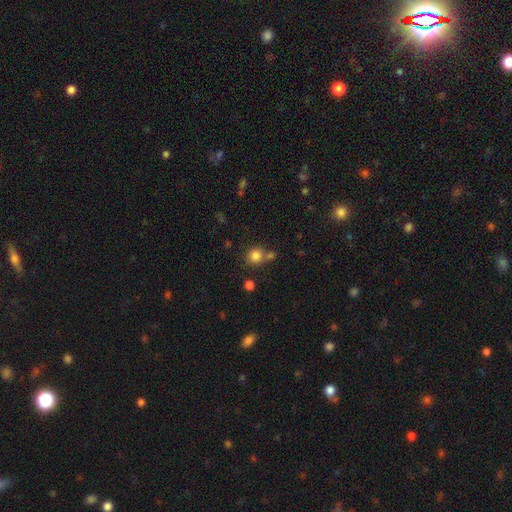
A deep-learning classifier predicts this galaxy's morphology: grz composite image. It shows a smooth galaxy with no disk features (82%) that is round (90%). Merging: none (65%).